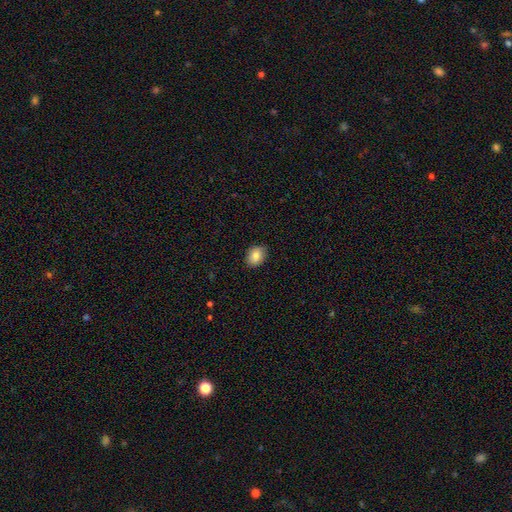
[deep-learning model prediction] Smooth or featured?
  - smooth: 83% *
  - featured or disk: 9%
  - star or artifact: 8%
How rounded?
  - in between: 65% *
  - round: 34%
  - cigar-shaped: 1%
Merging?
  - none: 86% *
  - minor disturbance: 11%
  - major disturbance: 2%
  - merger: 1%